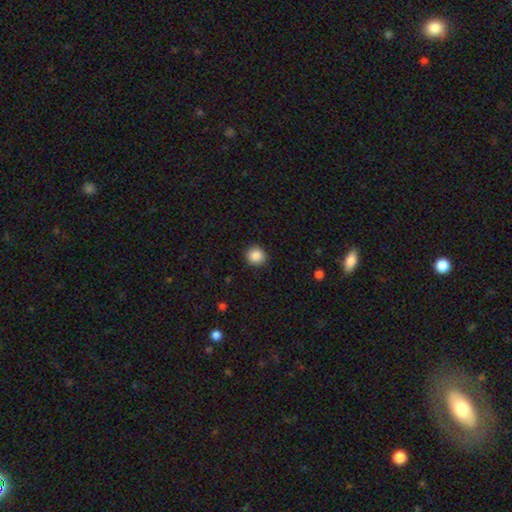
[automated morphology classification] type=smooth (88%); roundness=round (92%); merging=none (91%).